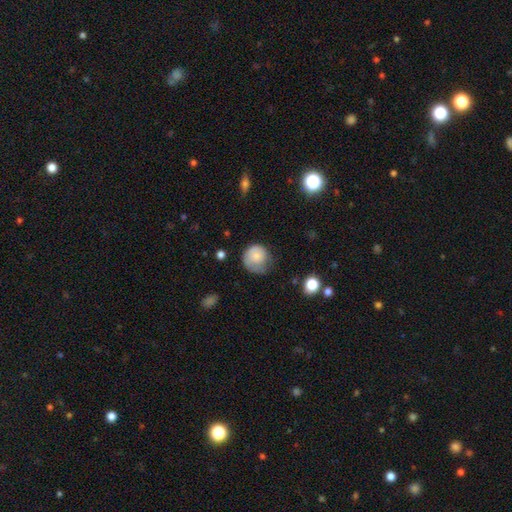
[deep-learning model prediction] This is likely a smooth galaxy (78%). How rounded: clearly round (86%). Merging: possibly none (46%).